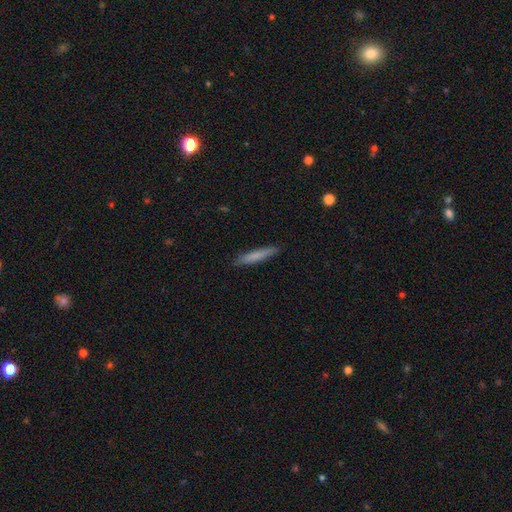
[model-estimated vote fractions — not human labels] A smooth galaxy with no disk features (75%) that is cigar-shaped (94%).

Vote fractions:
- Smooth or featured? smooth: 75% / featured or disk: 19% / star or artifact: 6%
- How rounded? cigar-shaped: 94% / in between: 5% / round: 1%
- Merging? none: 89% / minor disturbance: 8% / major disturbance: 2% / merger: 1%